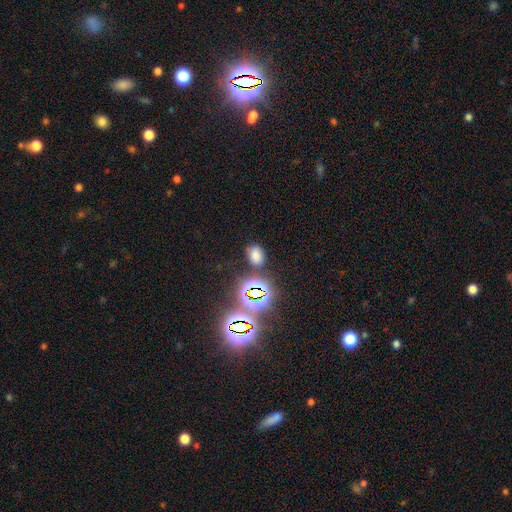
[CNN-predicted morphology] Smooth or featured: smooth — 63% (star or artifact — 29%)
How rounded: in between — 73% (round — 26%)
Merging: none — 73% (minor disturbance — 15%)